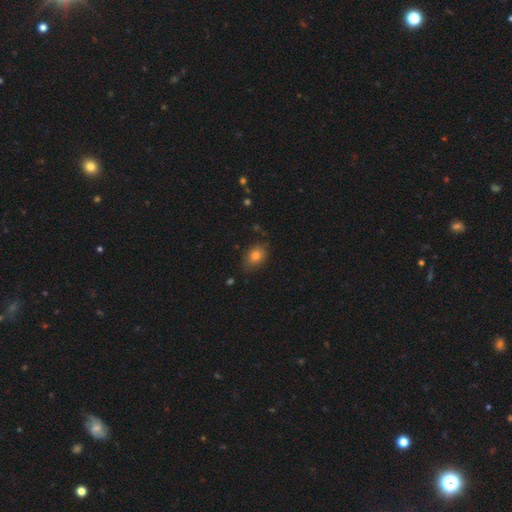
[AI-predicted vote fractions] Q: Smooth or featured?
A: smooth (79%); runner-up: featured or disk (11%)
Q: How rounded?
A: in between (72%); runner-up: round (26%)
Q: Merging?
A: none (78%); runner-up: minor disturbance (17%)